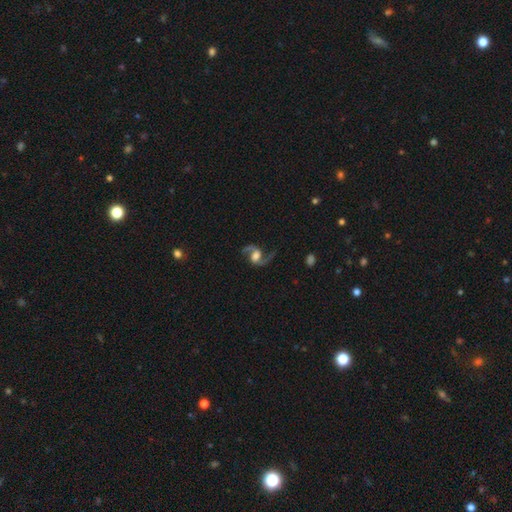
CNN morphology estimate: This is clearly a featured or disk galaxy (88%). It is clearly not viewed edge-on (97%). Bar: marginally weak (44%). Spiral arm pattern: clearly yes (97%). Spiral arm count: clearly 2 (93%). Spiral winding: possibly loose (60%). Central bulge: marginally moderate (42%). Merging: likely none (75%).